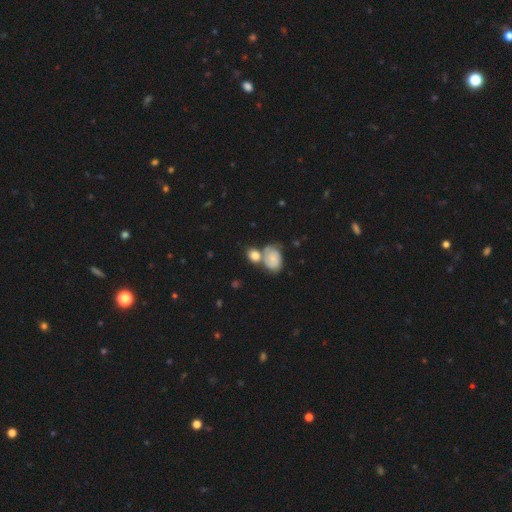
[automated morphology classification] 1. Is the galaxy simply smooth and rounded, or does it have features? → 72% smooth, 18% featured or disk, 10% star or artifact.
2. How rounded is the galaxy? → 51% in between, 48% round, 1% cigar-shaped.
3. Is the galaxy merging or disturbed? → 41% none (tied), 41% merger (tied), 13% minor disturbance, 5% major disturbance.